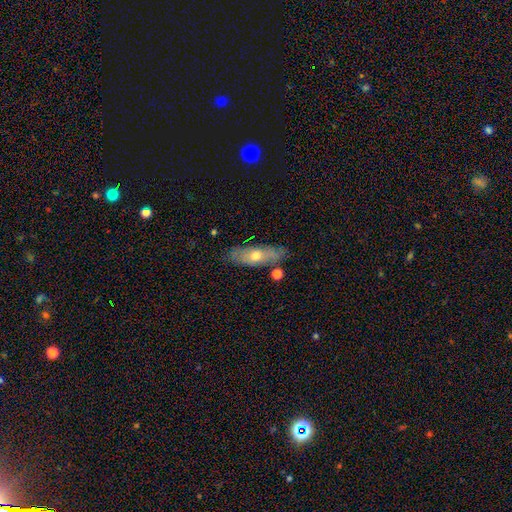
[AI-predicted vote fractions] featured or disk 51%, smooth 42%, star or artifact 7%. Down the decision tree: edge-on disk — no (61%); merging — none (77%).